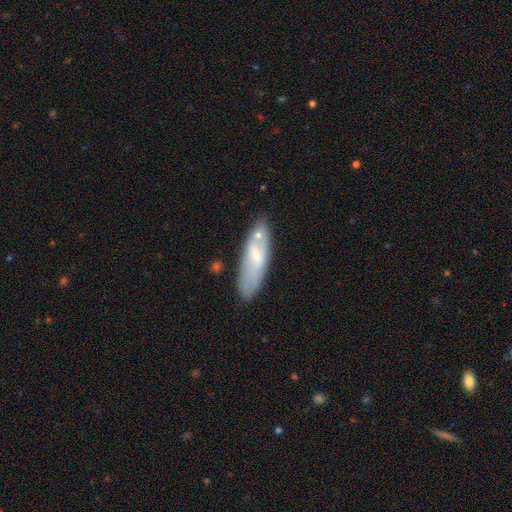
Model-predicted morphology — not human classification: Smooth or featured: smooth — 58% (featured or disk — 35%)
How rounded: cigar-shaped — 50% (in between — 48%)
Merging: none — 63% (minor disturbance — 21%)